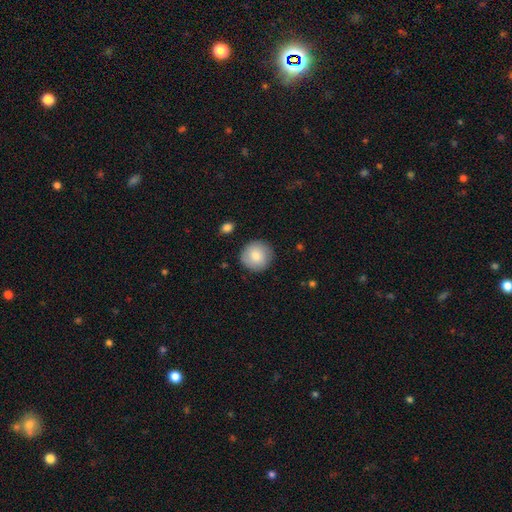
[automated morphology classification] Smooth or featured?
  - smooth: 81% *
  - featured or disk: 12%
  - star or artifact: 7%
How rounded?
  - round: 93% *
  - in between: 6%
  - cigar-shaped: 1%
Merging?
  - none: 87% *
  - minor disturbance: 9%
  - major disturbance: 2%
  - merger: 1%